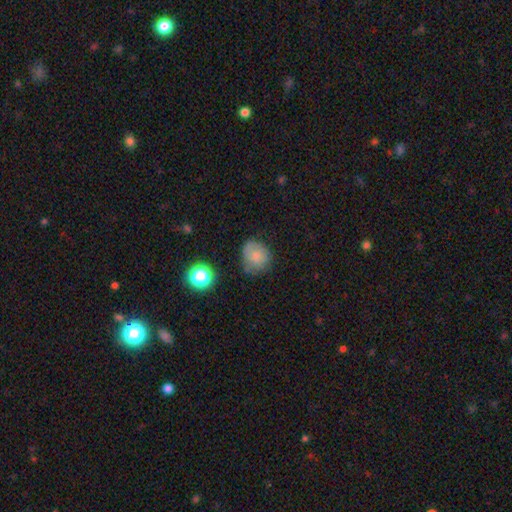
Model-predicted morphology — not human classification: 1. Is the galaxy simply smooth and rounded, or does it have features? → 71% smooth, 17% featured or disk, 12% star or artifact.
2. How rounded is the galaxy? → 71% round, 29% in between, 1% cigar-shaped.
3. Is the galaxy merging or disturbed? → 57% none, 29% minor disturbance, 11% major disturbance, 3% merger.